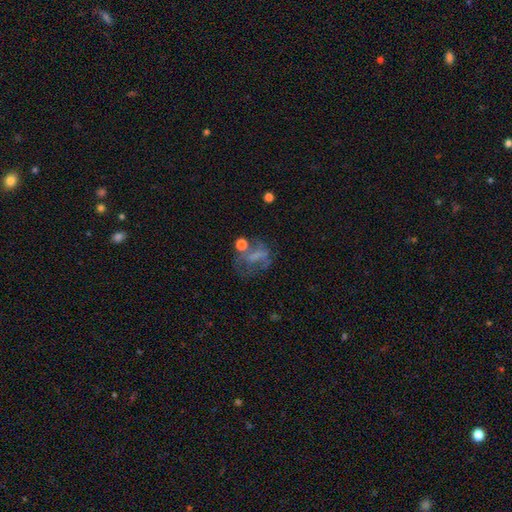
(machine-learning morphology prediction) smooth_or_featured: featured or disk (p=0.44) [alt: smooth p=0.36]
merging: major disturbance (p=0.35) [alt: none p=0.34]